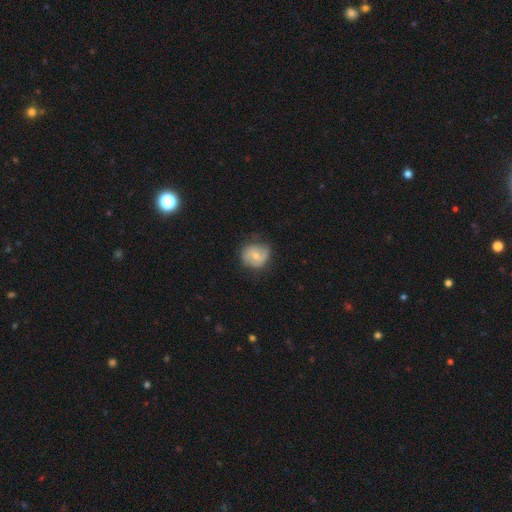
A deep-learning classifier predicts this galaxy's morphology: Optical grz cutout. It shows a smooth galaxy with no disk features (53%) that is round (77%). Merging: none (62%).